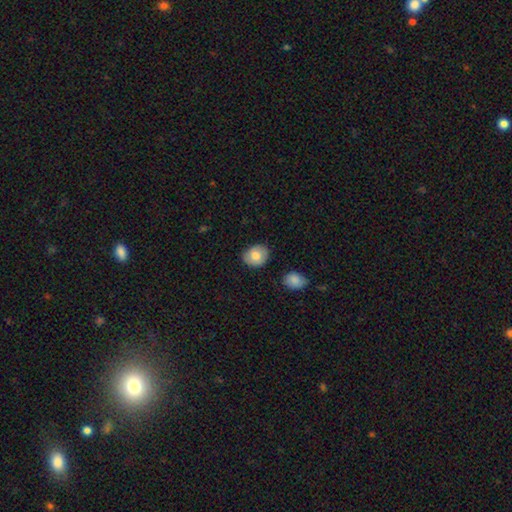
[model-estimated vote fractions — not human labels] This is likely a smooth galaxy (78%). How rounded: likely round (62%). Merging: clearly none (82%).